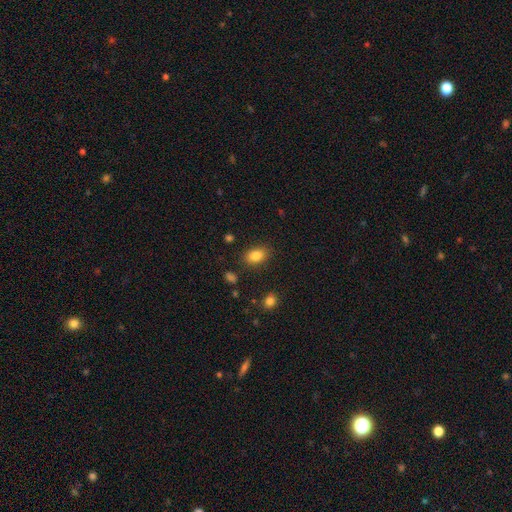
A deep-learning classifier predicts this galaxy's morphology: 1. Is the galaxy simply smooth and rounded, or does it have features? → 85% smooth, 9% star or artifact, 6% featured or disk.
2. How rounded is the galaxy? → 85% in between, 14% round, 2% cigar-shaped.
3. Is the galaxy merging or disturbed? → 84% none, 11% minor disturbance, 3% major disturbance, 2% merger.